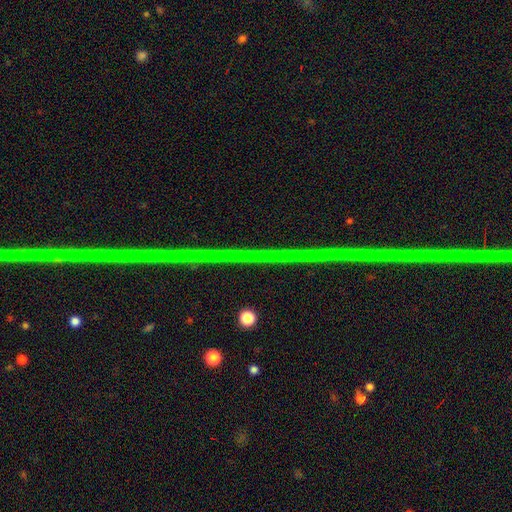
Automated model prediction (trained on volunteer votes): Q: Smooth or featured?
A: star or artifact (89%); runner-up: featured or disk (7%)